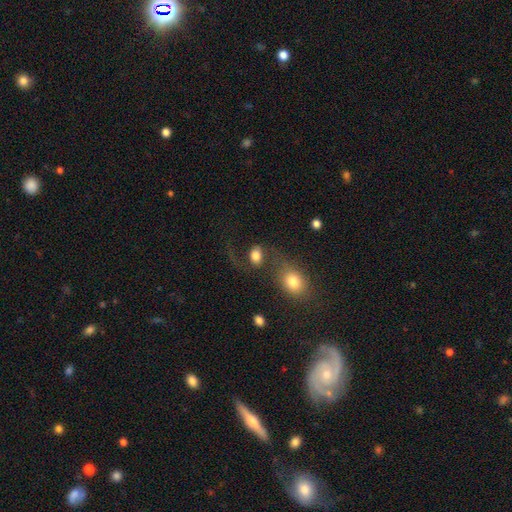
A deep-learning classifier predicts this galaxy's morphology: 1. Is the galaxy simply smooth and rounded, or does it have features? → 67% smooth, 22% featured or disk, 11% star or artifact.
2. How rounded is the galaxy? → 60% in between, 37% round, 2% cigar-shaped.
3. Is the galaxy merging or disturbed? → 41% none, 23% merger, 20% major disturbance, 16% minor disturbance.